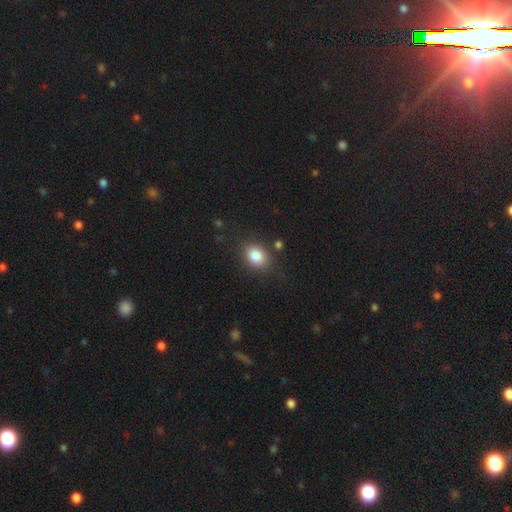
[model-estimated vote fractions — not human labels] Smooth or featured? smooth (85%)
How rounded? in between (57%)
Merging? none (80%)